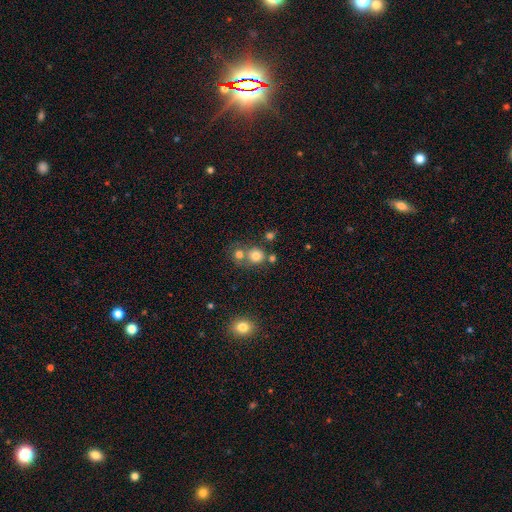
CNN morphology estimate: Smooth or featured: smooth — 75% (star or artifact — 15%)
How rounded: round — 85% (in between — 14%)
Merging: none — 52% (merger — 37%)